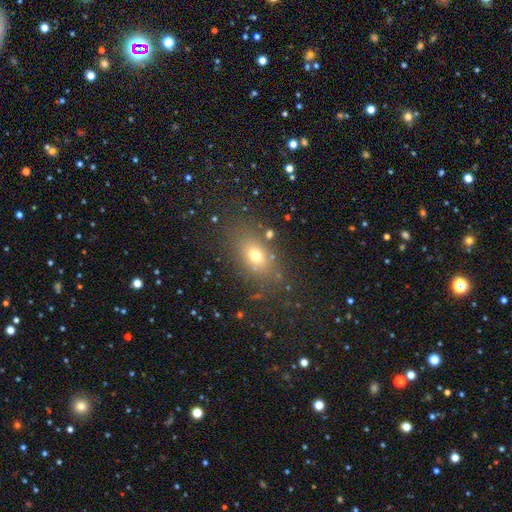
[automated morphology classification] Overall: smooth (69%). How rounded: in between (73%). Merging: none (80%).